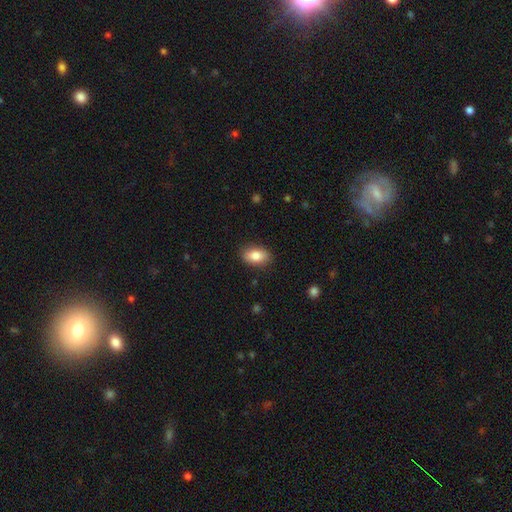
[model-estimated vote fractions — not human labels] Smooth or featured: smooth — 83% (featured or disk — 10%)
How rounded: in between — 87% (round — 10%)
Merging: none — 86% (minor disturbance — 10%)